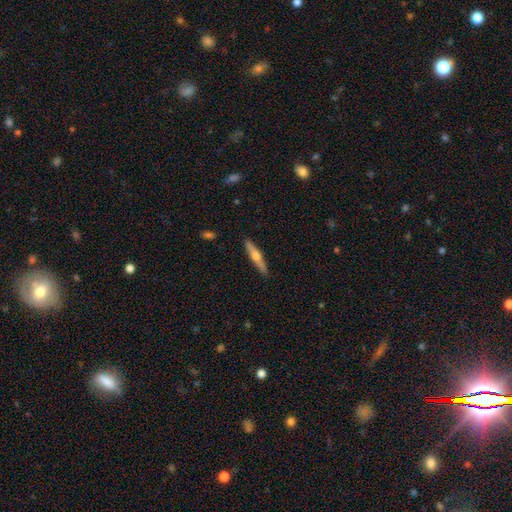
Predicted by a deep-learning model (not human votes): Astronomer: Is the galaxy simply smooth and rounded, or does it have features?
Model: featured or disk — 59% (runner-up: smooth, 35%).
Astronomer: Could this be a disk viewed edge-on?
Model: yes — 96%.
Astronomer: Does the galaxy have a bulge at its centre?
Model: rounded — 92%.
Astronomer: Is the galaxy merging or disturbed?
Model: none — 90%.